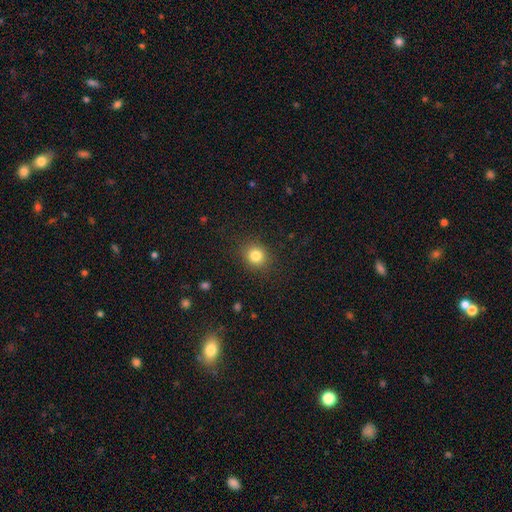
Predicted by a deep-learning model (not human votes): This appears to be a smooth galaxy with no disk features (82%) that is round (82%). Merging: none (89%).